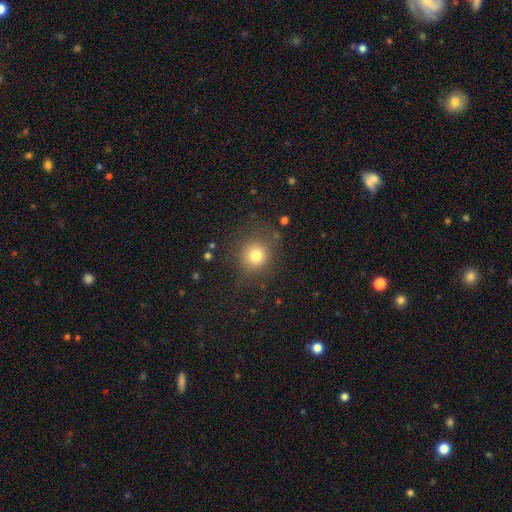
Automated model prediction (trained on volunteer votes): Smooth or featured? Predicted: smooth (p=0.78). How rounded? Predicted: round (p=0.86). Merging? Predicted: none (p=0.80).